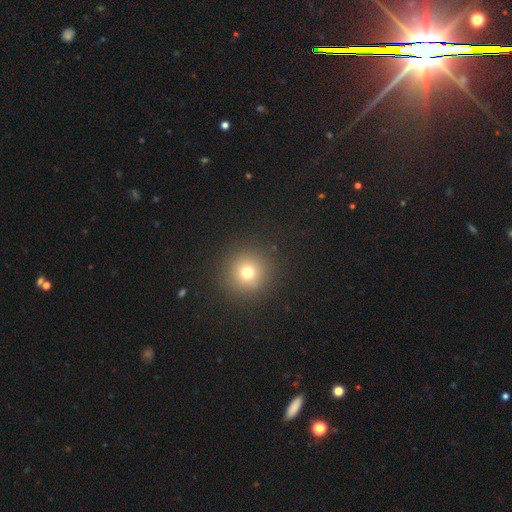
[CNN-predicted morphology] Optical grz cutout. It shows a smooth galaxy with no disk features (48%). Merging: none (92%).